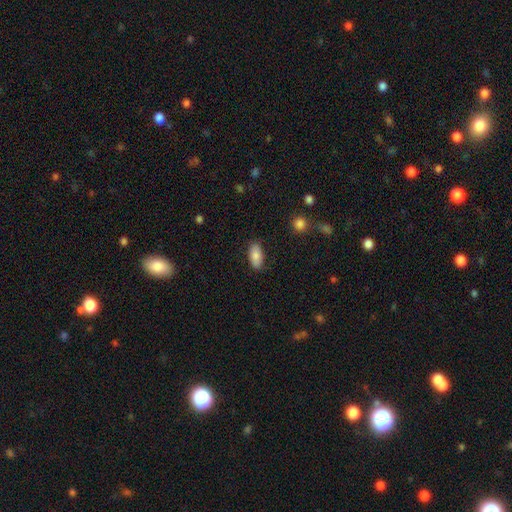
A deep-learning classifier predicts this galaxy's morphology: smooth-or-featured: smooth: 82% | featured or disk: 11% | star or artifact: 7%
  how-rounded: in between: 91% | cigar-shaped: 6% | round: 3%
  merging: none: 85% | minor disturbance: 11% | major disturbance: 2% | merger: 1%